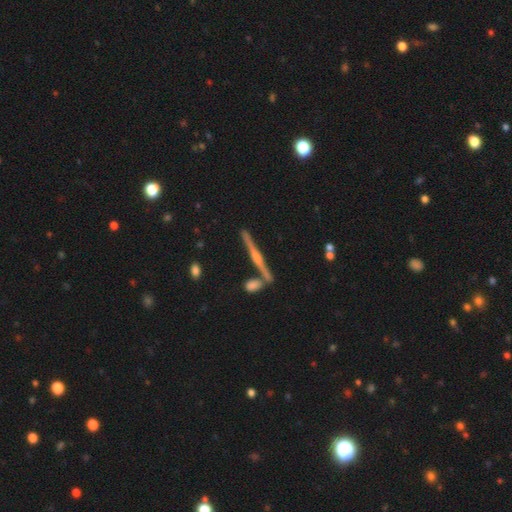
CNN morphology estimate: This appears to be a featured or disk galaxy (73%) viewed edge-on (95%) with a rounded central bulge (76%). Merging: none (72%).